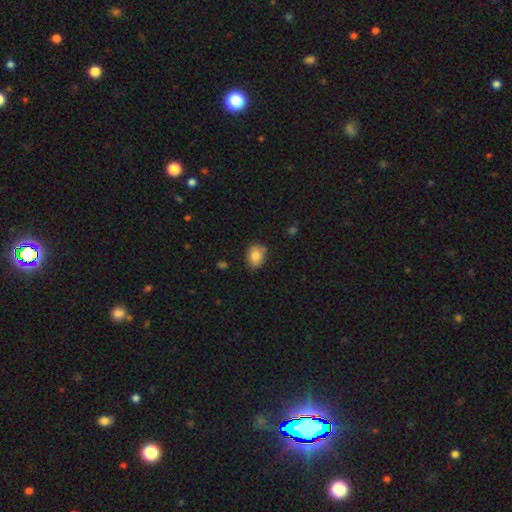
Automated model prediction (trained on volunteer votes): smooth 81%, featured or disk 10%, star or artifact 9%. Down the decision tree: how rounded — in between (60%); merging — none (75%).